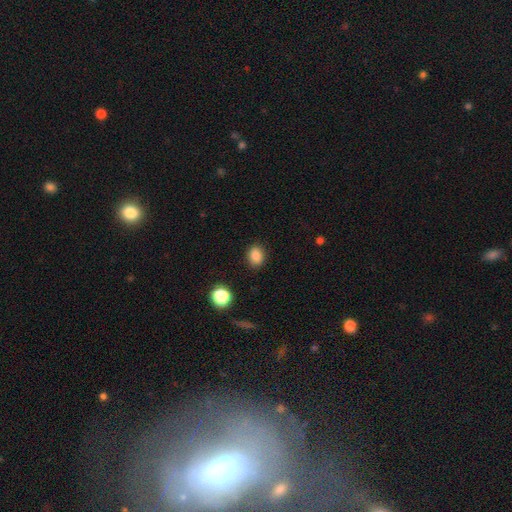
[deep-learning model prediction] Q: Smooth or featured?
A: smooth (85%); runner-up: star or artifact (10%)
Q: How rounded?
A: in between (56%); runner-up: round (43%)
Q: Merging?
A: none (88%); runner-up: minor disturbance (8%)